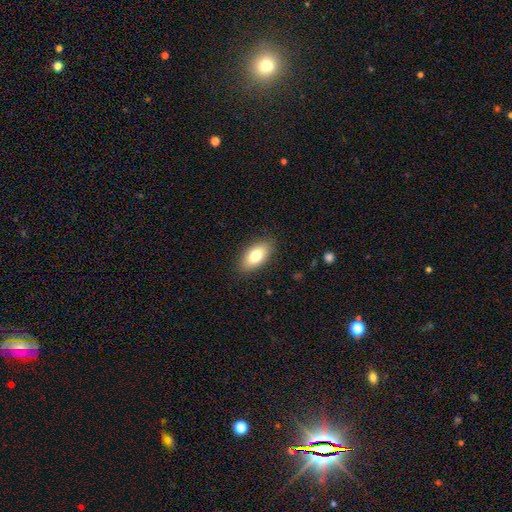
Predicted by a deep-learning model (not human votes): Smooth or featured? Predicted: smooth (p=0.77). How rounded? Predicted: in between (p=0.90). Merging? Predicted: none (p=0.88).